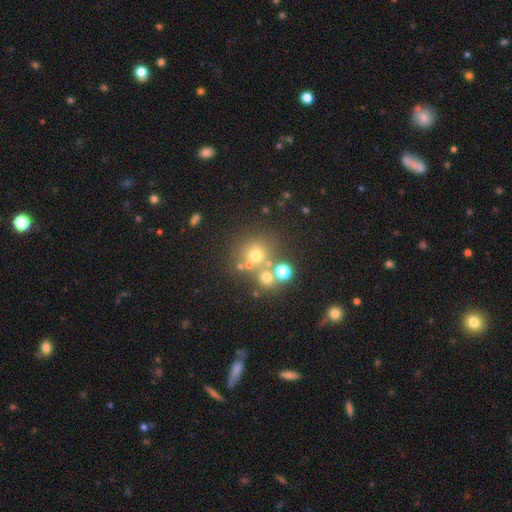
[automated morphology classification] Smooth or featured?
  - smooth: 59% *
  - star or artifact: 24%
  - featured or disk: 17%
How rounded?
  - round: 87% *
  - in between: 12%
  - cigar-shaped: 1%
Merging?
  - none: 61% *
  - merger: 24%
  - minor disturbance: 9%
  - major disturbance: 6%